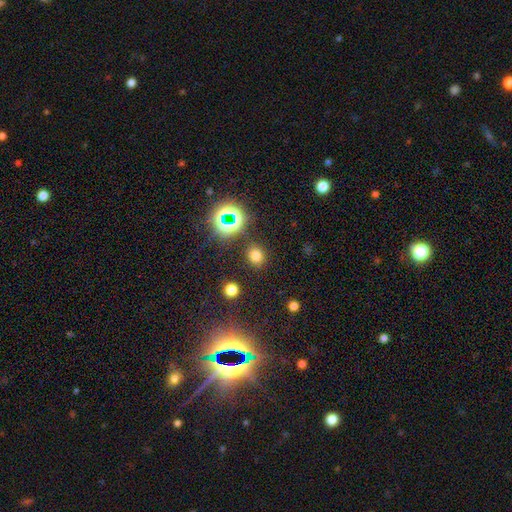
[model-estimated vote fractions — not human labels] A smooth galaxy with no disk features (71%) that is round (78%). Merging: none (87%).